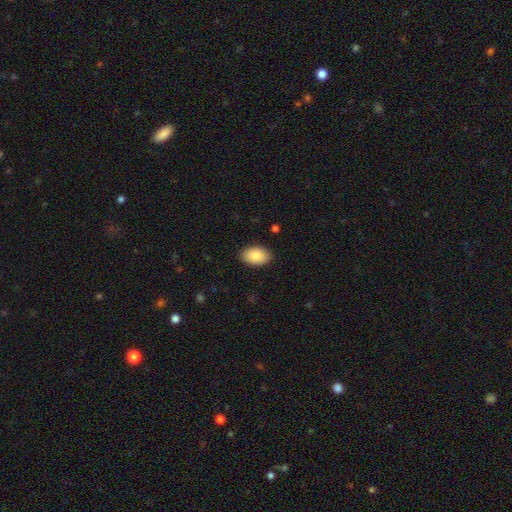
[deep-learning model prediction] smooth_or_featured: smooth (p=0.87) [alt: featured or disk p=0.06]
how_rounded: in between (p=0.92) [alt: round p=0.07]
merging: none (p=0.88) [alt: minor disturbance p=0.09]